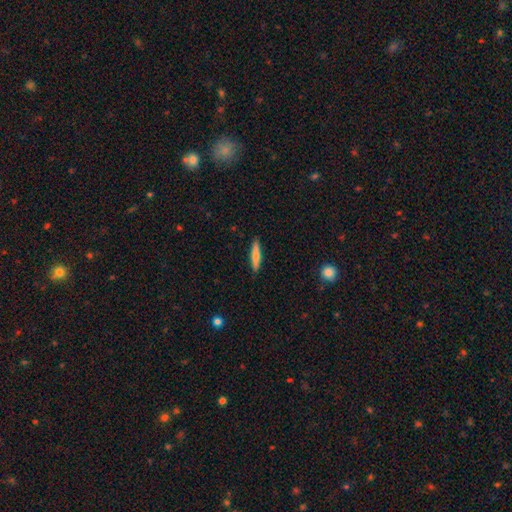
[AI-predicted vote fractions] A smooth galaxy with no disk features (69%) that is cigar-shaped (88%).

Vote fractions:
- Smooth or featured? smooth: 69% / featured or disk: 25% / star or artifact: 6%
- How rounded? cigar-shaped: 88% / in between: 10% / round: 2%
- Merging? none: 89% / minor disturbance: 8% / major disturbance: 2% / merger: 1%